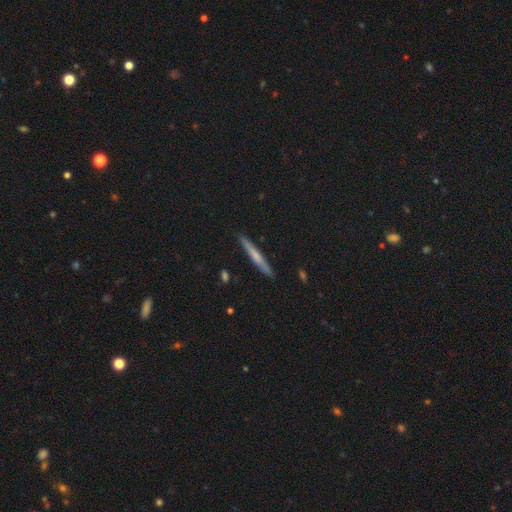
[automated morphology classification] smooth_or_featured: smooth (p=0.54) [alt: featured or disk p=0.40]
how_rounded: cigar-shaped (p=0.96) [alt: in between p=0.03]
merging: none (p=0.90) [alt: minor disturbance p=0.08]